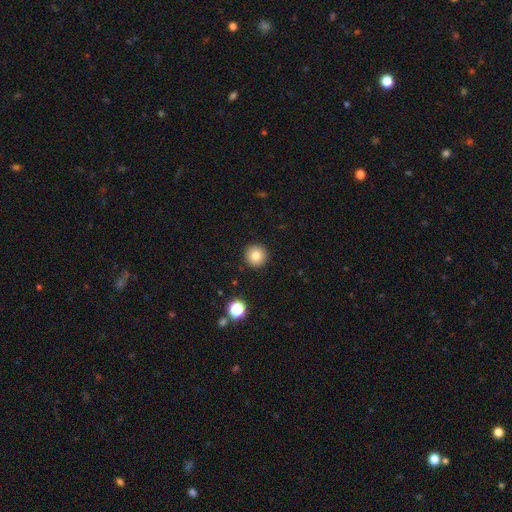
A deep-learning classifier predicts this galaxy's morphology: type=smooth (81%); roundness=round (96%); merging=none (92%).